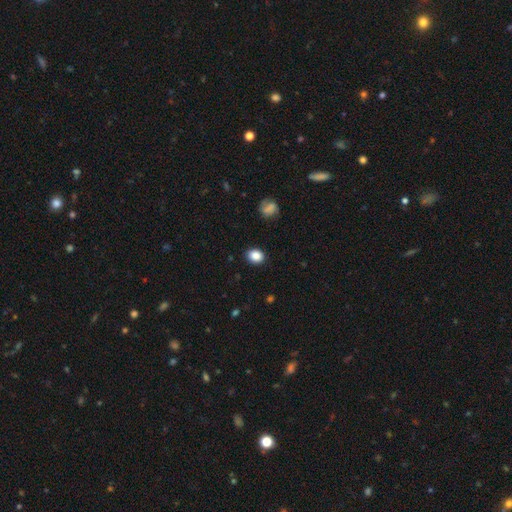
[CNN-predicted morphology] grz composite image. It shows a smooth galaxy with no disk features (87%) that is in between round and cigar-shaped (53%). Merging: none (89%).